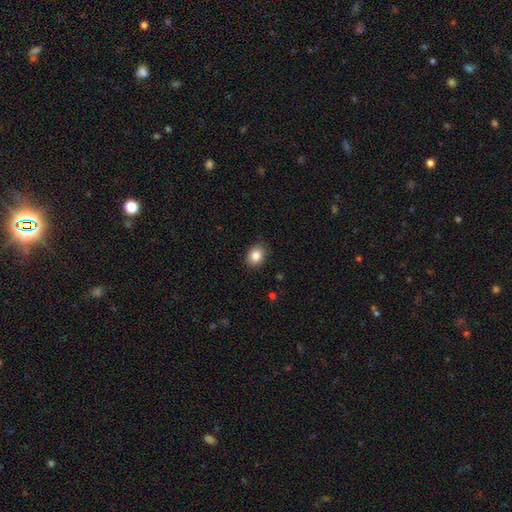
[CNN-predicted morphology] This appears to be a smooth galaxy with no disk features (85%) that is in between round and cigar-shaped (52%). Merging: none (88%).